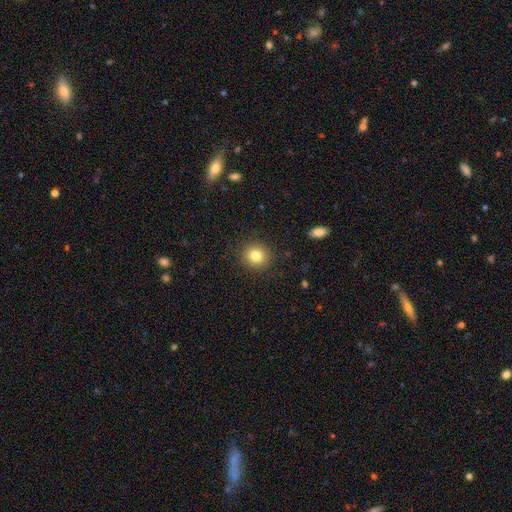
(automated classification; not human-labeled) smooth-or-featured: smooth: 81% | star or artifact: 11% | featured or disk: 8%
  how-rounded: round: 86% | in between: 13% | cigar-shaped: 1%
  merging: none: 90% | minor disturbance: 6% | major disturbance: 2% | merger: 1%